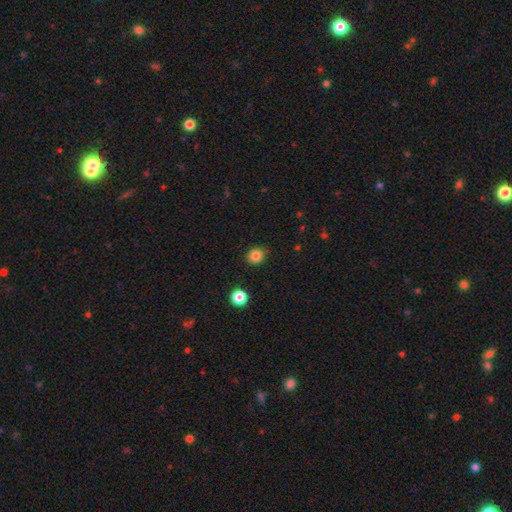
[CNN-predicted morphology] smooth 84%, star or artifact 11%, featured or disk 5%. Down the decision tree: how rounded — round (79%); merging — none (88%).